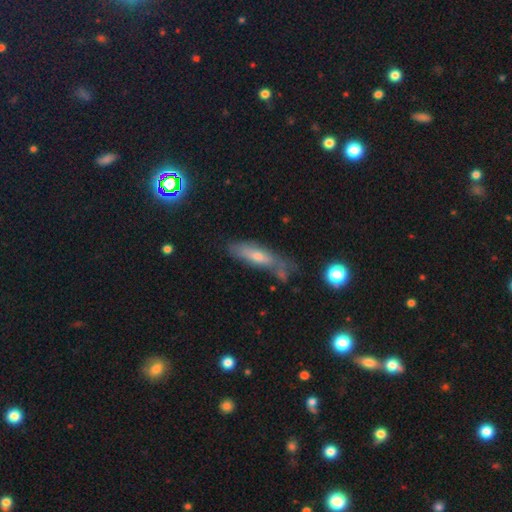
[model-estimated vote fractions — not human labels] smooth_or_featured: smooth (p=0.52) [alt: featured or disk p=0.38]
how_rounded: cigar-shaped (p=0.60) [alt: in between p=0.37]
merging: none (p=0.56) [alt: minor disturbance p=0.26]